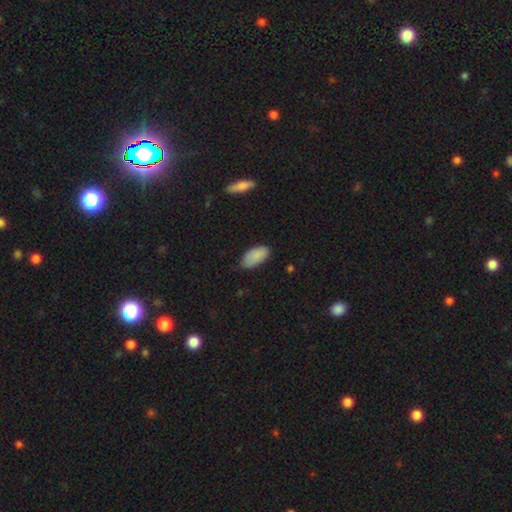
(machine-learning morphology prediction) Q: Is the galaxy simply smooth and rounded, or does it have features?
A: smooth — 88%.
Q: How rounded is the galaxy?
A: in between — 94%.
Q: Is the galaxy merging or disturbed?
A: none — 73%.